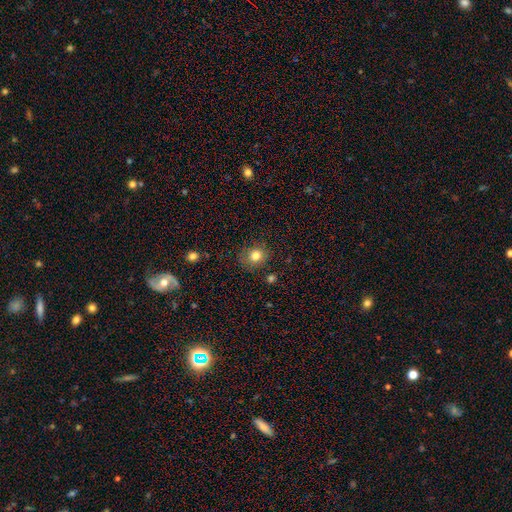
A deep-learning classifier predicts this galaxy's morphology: smooth 81%, star or artifact 11%, featured or disk 8%. Down the decision tree: how rounded — round (79%); merging — none (80%).